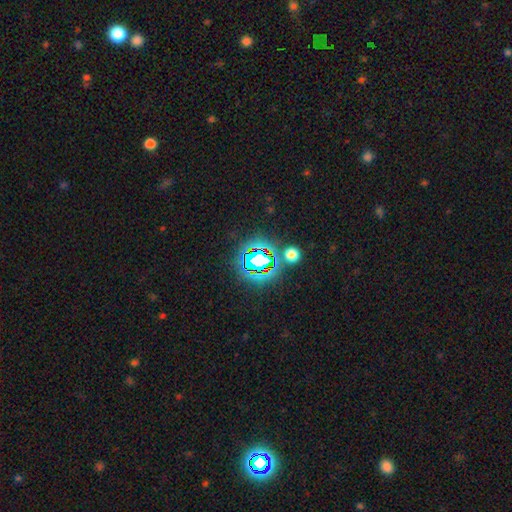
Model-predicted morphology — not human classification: Smooth or featured? star or artifact (77%)